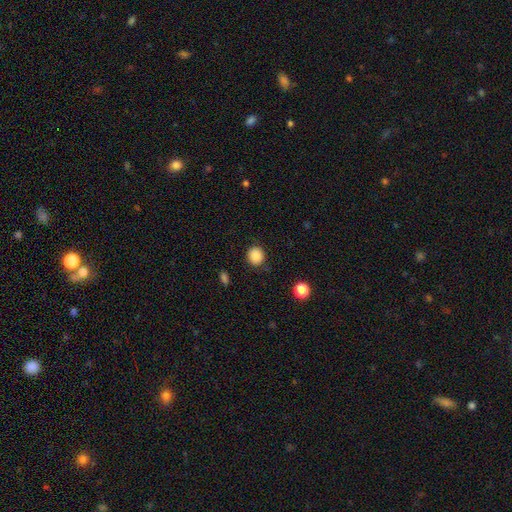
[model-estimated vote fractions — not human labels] Overall: smooth (88%). How rounded: round (84%). Merging: none (87%).